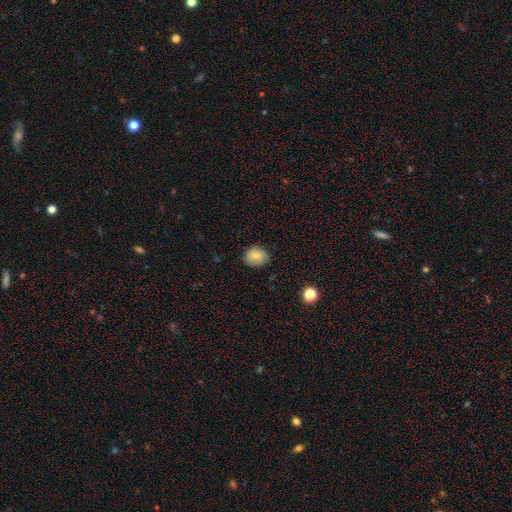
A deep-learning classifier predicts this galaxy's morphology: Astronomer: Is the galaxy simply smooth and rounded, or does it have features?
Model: smooth — 77%.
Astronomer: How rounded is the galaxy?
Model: round — 70%.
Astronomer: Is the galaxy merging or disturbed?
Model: none — 78%.